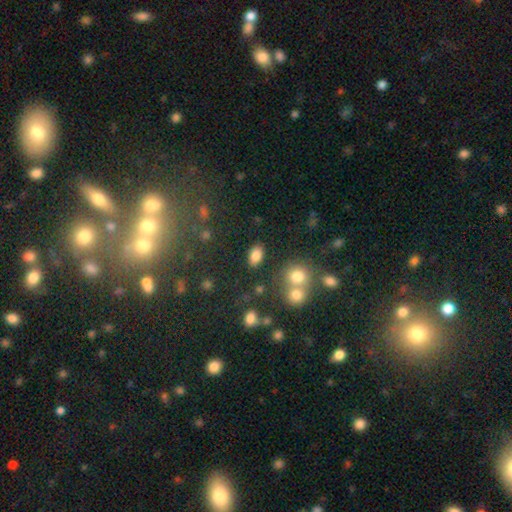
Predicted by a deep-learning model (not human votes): Smooth or featured? smooth (83%)
How rounded? in between (88%)
Merging? none (81%)